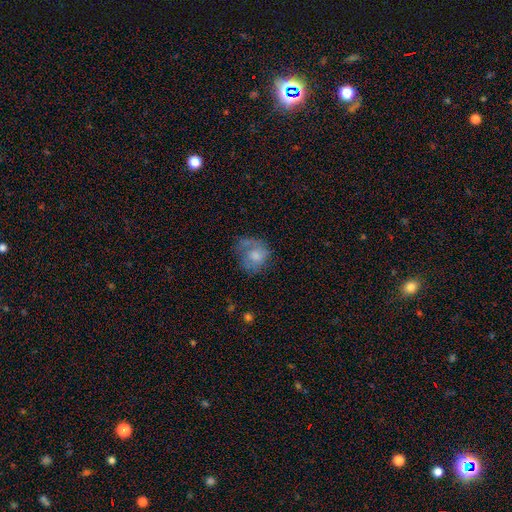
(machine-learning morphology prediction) A smooth galaxy with no disk features (59%) that is round (72%). Merging: none (48%).